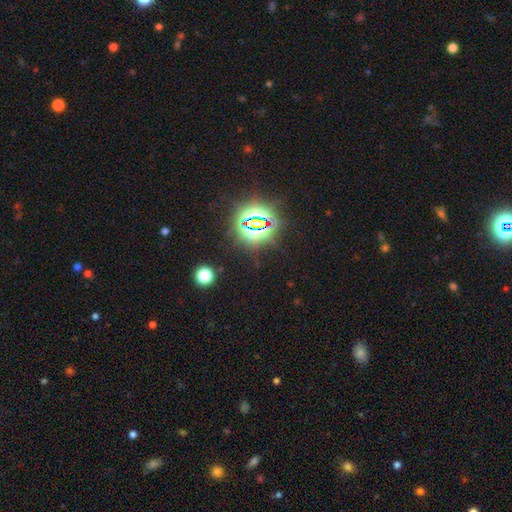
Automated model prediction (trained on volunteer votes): Smooth or featured?
  - star or artifact: 79% *
  - smooth: 14%
  - featured or disk: 7%